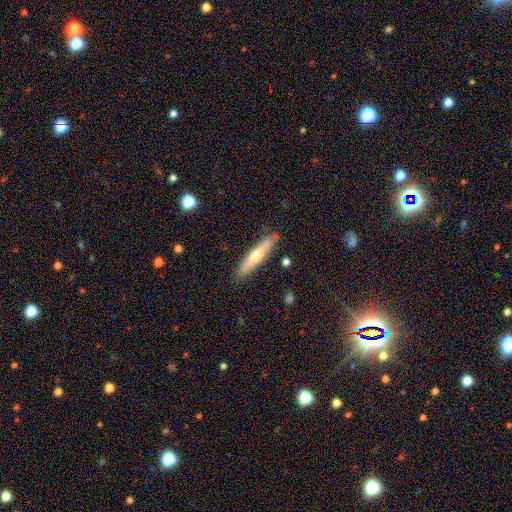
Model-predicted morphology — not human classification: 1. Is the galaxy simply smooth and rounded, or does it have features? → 48% smooth, 46% featured or disk, 6% star or artifact.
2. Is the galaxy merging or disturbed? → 87% none, 9% minor disturbance, 2% major disturbance, 2% merger.